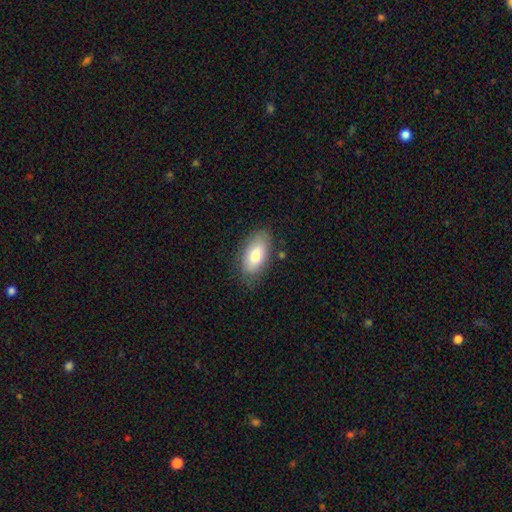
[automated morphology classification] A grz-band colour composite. It shows a smooth galaxy with no disk features (77%) that is in between round and cigar-shaped (92%). Merging: none (79%).